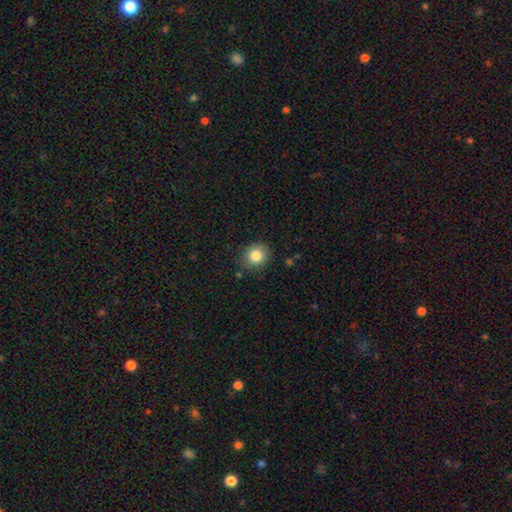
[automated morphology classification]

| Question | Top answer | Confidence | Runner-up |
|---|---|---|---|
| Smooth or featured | smooth | 84% | star or artifact (10%) |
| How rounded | round | 87% | in between (12%) |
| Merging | none | 84% | minor disturbance (11%) |